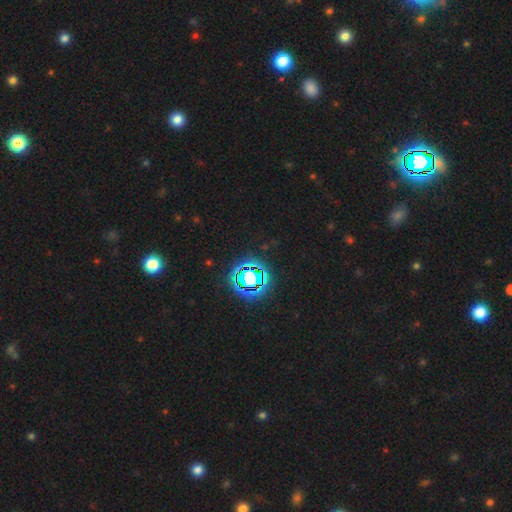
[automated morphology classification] type=star or artifact (81%).